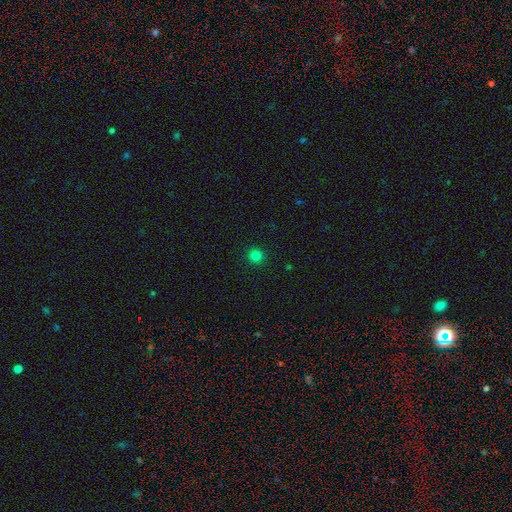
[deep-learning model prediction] Smooth or featured? Predicted: smooth (p=0.81). How rounded? Predicted: round (p=0.94). Merging? Predicted: none (p=0.92).